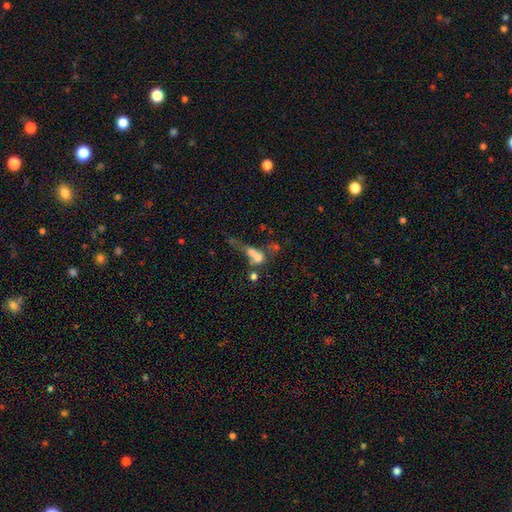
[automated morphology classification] This is possibly a smooth galaxy (53%). How rounded: possibly in between (46%). Merging: likely merger (61%).